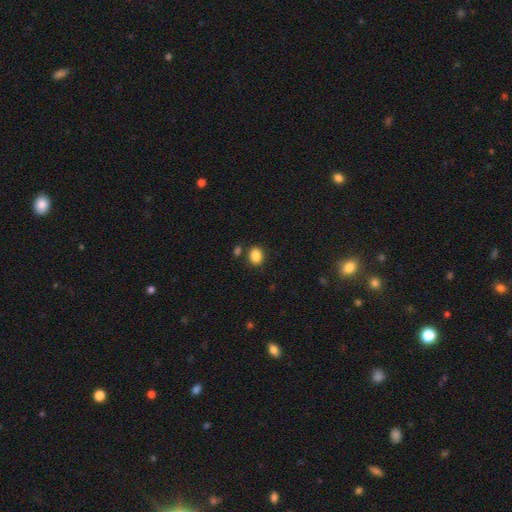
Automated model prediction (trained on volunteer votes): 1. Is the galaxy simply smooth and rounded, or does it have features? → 86% smooth, 10% star or artifact, 4% featured or disk.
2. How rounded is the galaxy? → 51% in between, 48% round, 1% cigar-shaped.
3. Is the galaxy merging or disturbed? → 79% none, 10% minor disturbance, 7% merger, 3% major disturbance.